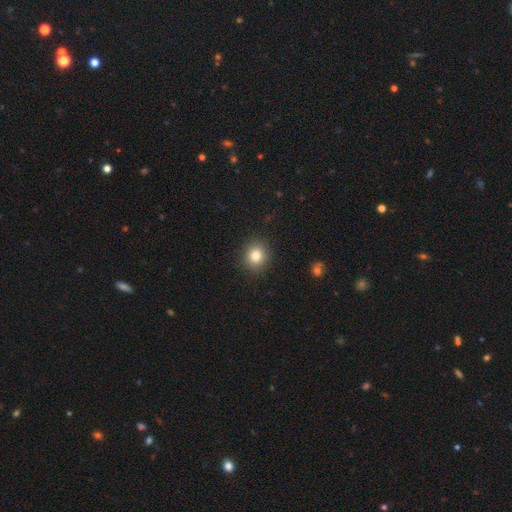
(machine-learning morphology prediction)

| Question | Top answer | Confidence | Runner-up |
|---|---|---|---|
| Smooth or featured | smooth | 82% | star or artifact (11%) |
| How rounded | round | 82% | in between (17%) |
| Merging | none | 90% | minor disturbance (6%) |